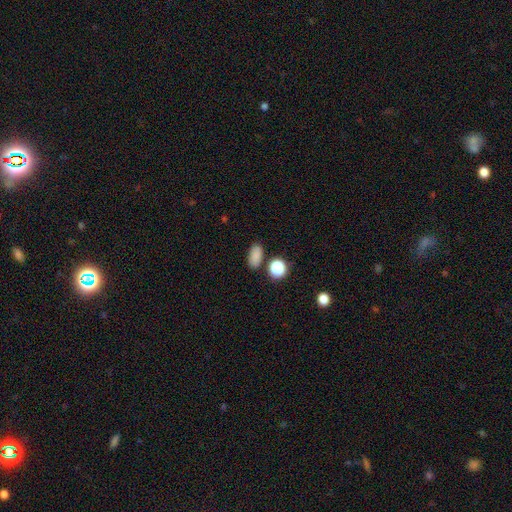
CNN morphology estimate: This appears to be a smooth galaxy with no disk features (82%) that is in between round and cigar-shaped (86%). Merging: none (80%).